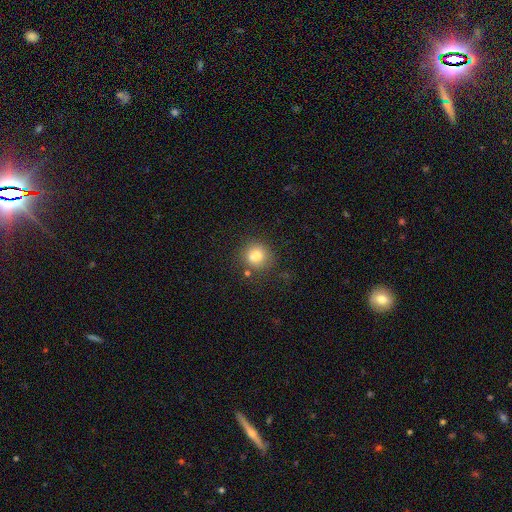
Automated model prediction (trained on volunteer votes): Morphology: type=smooth (79%); roundness=round (79%); merging=none (70%).